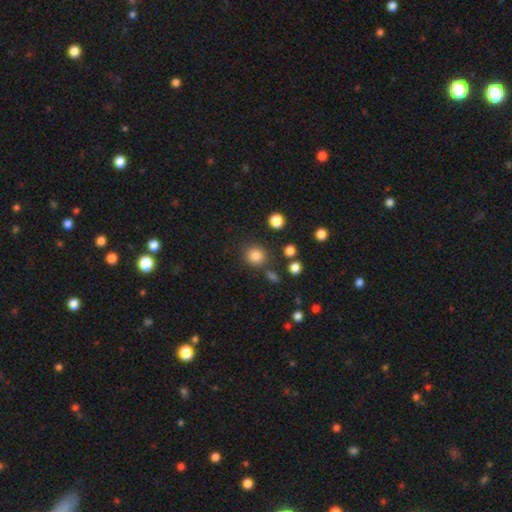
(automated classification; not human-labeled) A smooth galaxy with no disk features (83%) that is round (89%). Merging: none (82%).